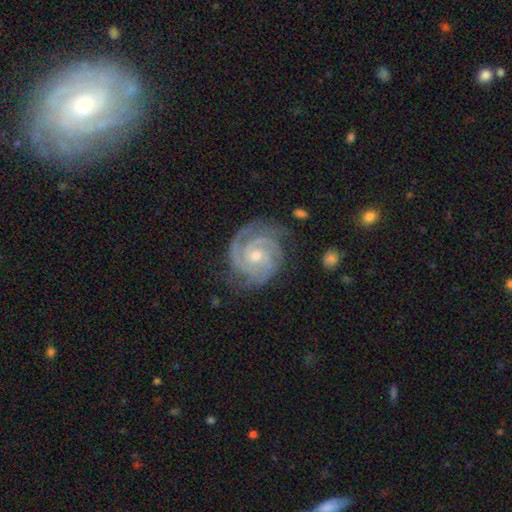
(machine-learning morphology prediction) A featured or disk galaxy (92%) with no bar (61%), 3 (46%) tight (76%) spiral arms (99%) and a moderate central bulge (56%).

Vote fractions:
- Smooth or featured? featured or disk: 92% / star or artifact: 4% / smooth: 4%
- Edge-on disk? no: 98% / yes: 2%
- Bar? no: 61% / weak: 32% / strong: 8%
- Spiral arms? yes: 99% / no: 1%
- Spiral winding? tight: 76% / medium: 22% / loose: 2%
- Spiral arm count? 3: 46% / 2: 31% / can't tell: 8% / 4: 7% / 1: 4% / more than 4: 4%
- Bulge size? moderate: 56% / small: 40% / large: 2% / none: 1% / dominant: 1%
- Merging? none: 77% / minor disturbance: 17% / major disturbance: 5% / merger: 1%